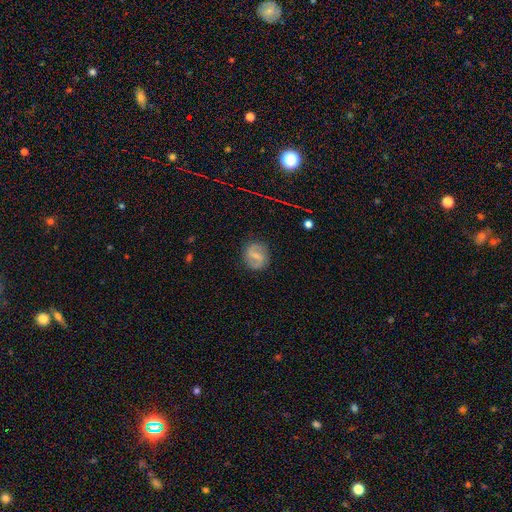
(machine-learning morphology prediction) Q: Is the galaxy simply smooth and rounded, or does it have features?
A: featured or disk — 58%.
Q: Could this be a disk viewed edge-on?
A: no — 97%.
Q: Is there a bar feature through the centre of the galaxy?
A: weak — 48%.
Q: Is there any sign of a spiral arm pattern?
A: yes — 82%.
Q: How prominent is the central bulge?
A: small — 53%.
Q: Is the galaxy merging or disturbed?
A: none — 83%.